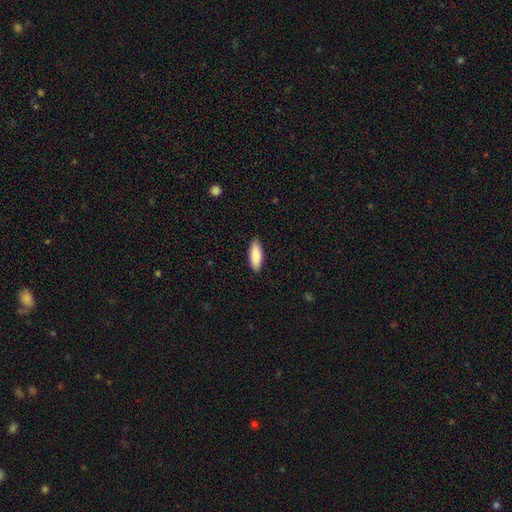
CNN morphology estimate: smooth_or_featured: smooth (p=0.87) [alt: featured or disk p=0.08]
how_rounded: in between (p=0.64) [alt: cigar-shaped p=0.35]
merging: none (p=0.89) [alt: minor disturbance p=0.09]